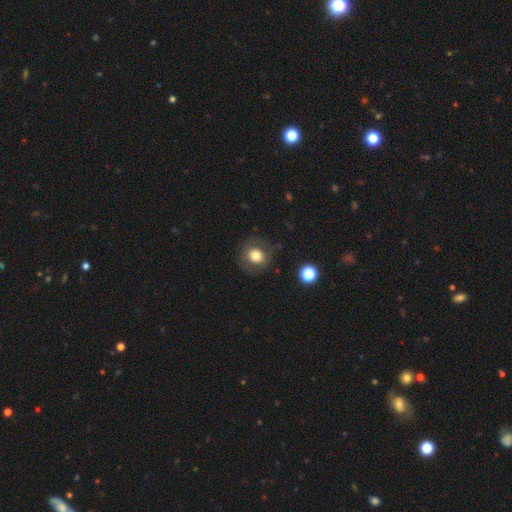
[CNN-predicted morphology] Q: Smooth or featured?
A: smooth (75%); runner-up: featured or disk (14%)
Q: How rounded?
A: round (83%); runner-up: in between (16%)
Q: Merging?
A: none (82%); runner-up: minor disturbance (11%)